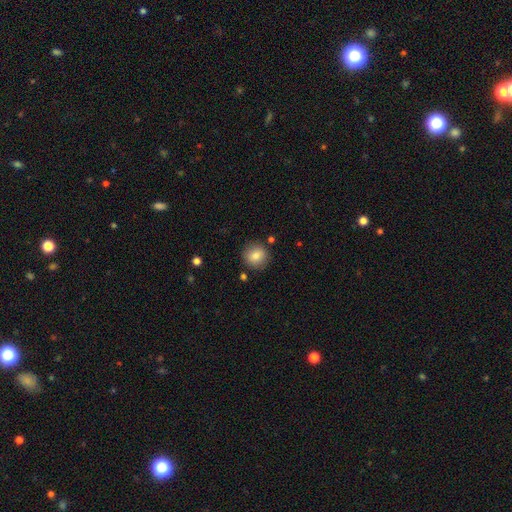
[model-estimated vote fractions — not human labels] Q: Smooth or featured?
A: smooth (82%); runner-up: star or artifact (9%)
Q: How rounded?
A: round (91%); runner-up: in between (8%)
Q: Merging?
A: none (87%); runner-up: minor disturbance (8%)